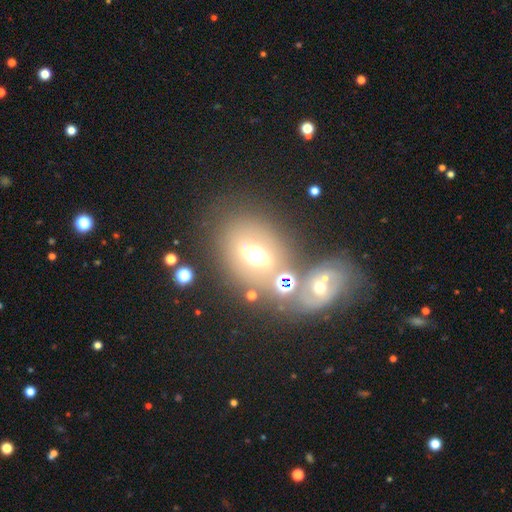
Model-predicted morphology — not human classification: A smooth galaxy with no disk features (48%).

Vote fractions:
- Smooth or featured? smooth: 48% / featured or disk: 34% / star or artifact: 18%
- Merging? none: 47% / merger: 30% / minor disturbance: 14% / major disturbance: 9%